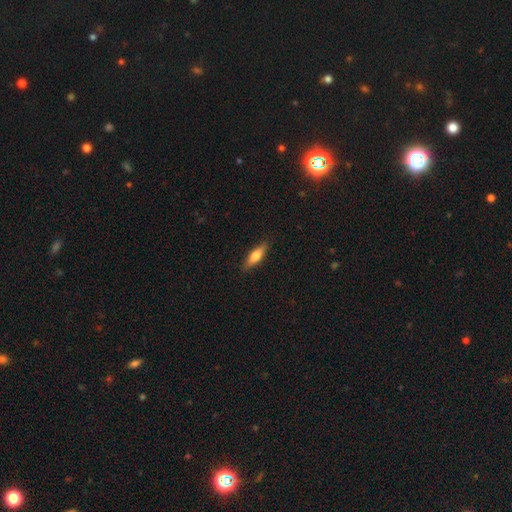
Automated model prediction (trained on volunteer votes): Smooth or featured?
  - smooth: 64% *
  - featured or disk: 30%
  - star or artifact: 6%
How rounded?
  - cigar-shaped: 54% *
  - in between: 43%
  - round: 2%
Merging?
  - none: 87% *
  - minor disturbance: 10%
  - major disturbance: 2%
  - merger: 1%